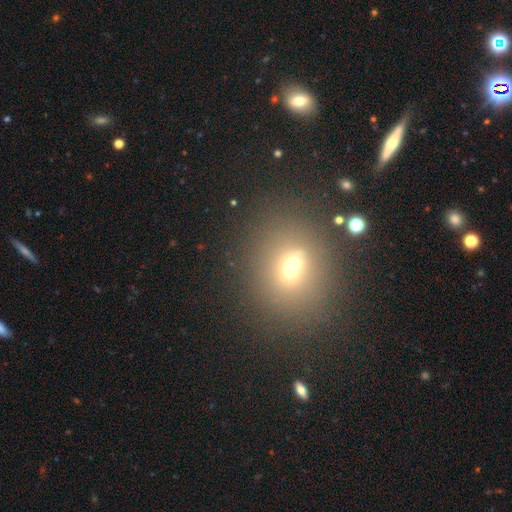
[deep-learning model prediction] Smooth or featured: smooth — 56% (star or artifact — 28%)
How rounded: round — 50% (in between — 46%)
Merging: none — 84% (minor disturbance — 8%)